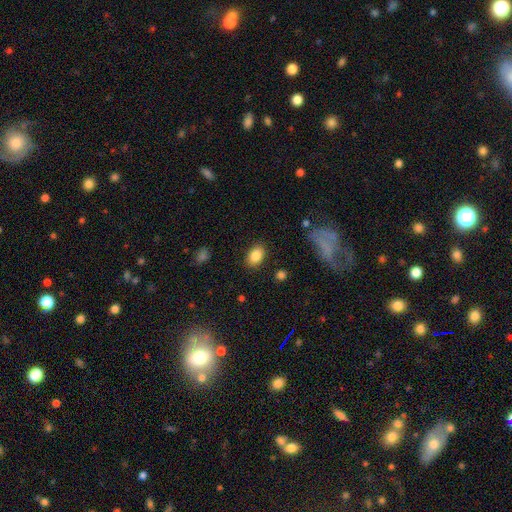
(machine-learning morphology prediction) smooth_or_featured: smooth (p=0.86) [alt: star or artifact p=0.08]
how_rounded: in between (p=0.82) [alt: round p=0.17]
merging: none (p=0.86) [alt: minor disturbance p=0.10]